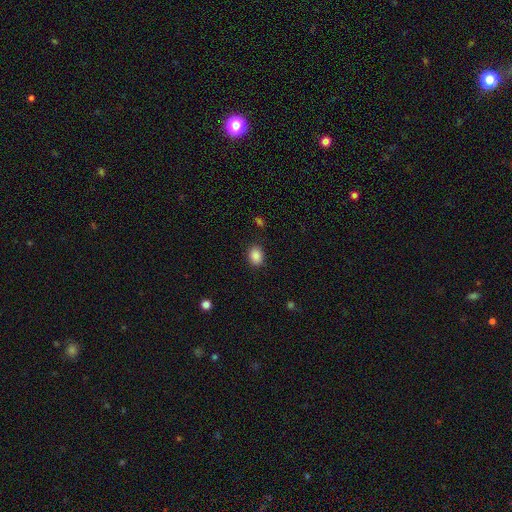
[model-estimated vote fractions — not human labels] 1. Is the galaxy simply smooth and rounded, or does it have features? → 88% smooth, 9% star or artifact, 3% featured or disk.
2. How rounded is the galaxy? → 62% in between, 37% round, 1% cigar-shaped.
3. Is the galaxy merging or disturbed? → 87% none, 9% minor disturbance, 3% major disturbance, 1% merger.